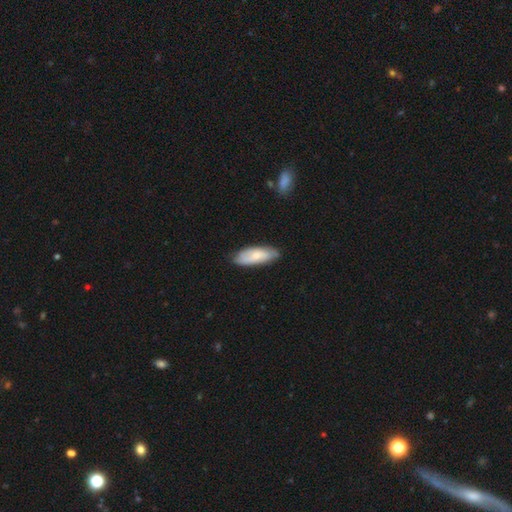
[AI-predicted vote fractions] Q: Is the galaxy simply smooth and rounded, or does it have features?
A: smooth — 70%.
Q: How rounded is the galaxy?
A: in between — 72%.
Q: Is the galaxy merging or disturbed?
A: none — 77%.